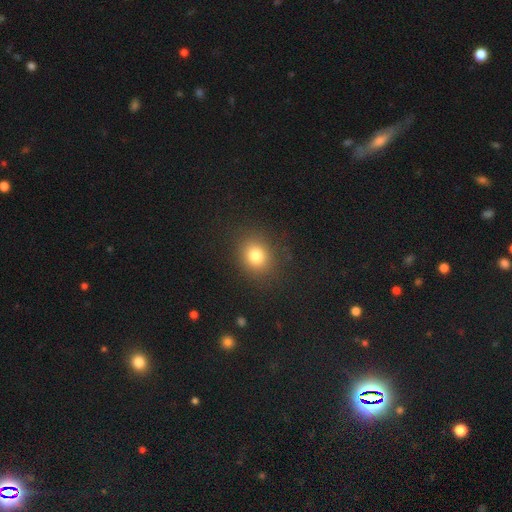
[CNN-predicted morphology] smooth_or_featured: smooth (p=0.80) [alt: star or artifact p=0.13]
how_rounded: round (p=0.70) [alt: in between p=0.29]
merging: none (p=0.87) [alt: minor disturbance p=0.08]